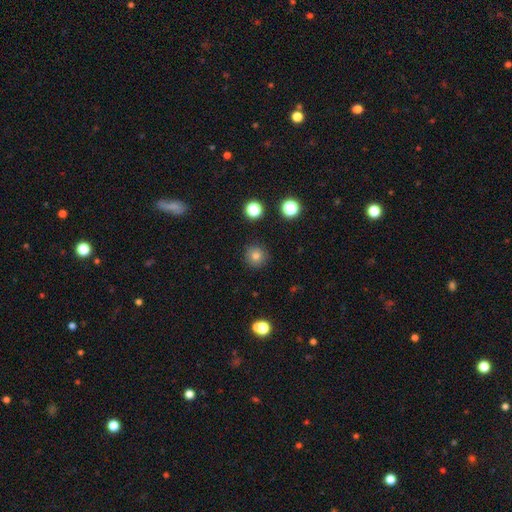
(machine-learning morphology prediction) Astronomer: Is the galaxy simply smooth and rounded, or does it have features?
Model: smooth — 79%.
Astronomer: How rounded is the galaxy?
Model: round — 95%.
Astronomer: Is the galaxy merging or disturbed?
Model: none — 90%.